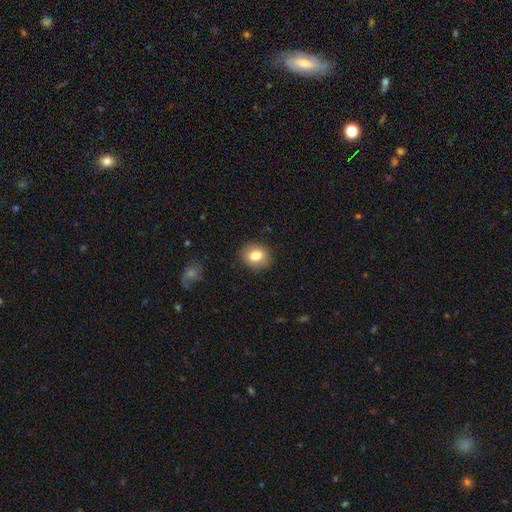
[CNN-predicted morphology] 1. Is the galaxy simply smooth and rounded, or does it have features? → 80% smooth, 10% featured or disk, 9% star or artifact.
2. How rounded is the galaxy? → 67% round, 32% in between, 1% cigar-shaped.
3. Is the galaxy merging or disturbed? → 88% none, 8% minor disturbance, 2% major disturbance, 1% merger.